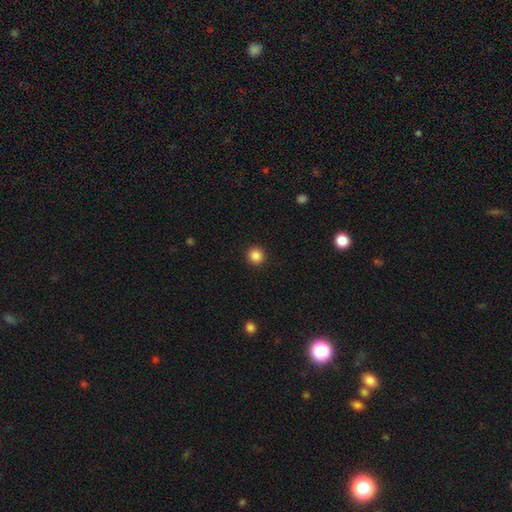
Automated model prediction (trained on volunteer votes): The model was most divided on "smooth or featured": smooth: 87%, star or artifact: 11%, featured or disk: 3%. More confident: how rounded — round (94%); merging — none (93%).